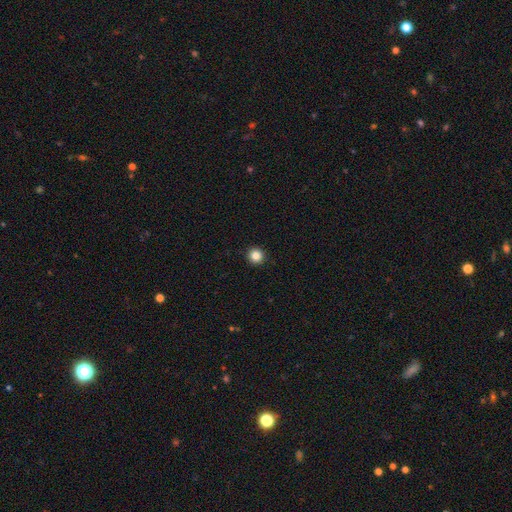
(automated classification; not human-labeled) Smooth or featured: smooth — 84% (star or artifact — 11%)
How rounded: round — 95% (in between — 4%)
Merging: none — 94% (minor disturbance — 4%)